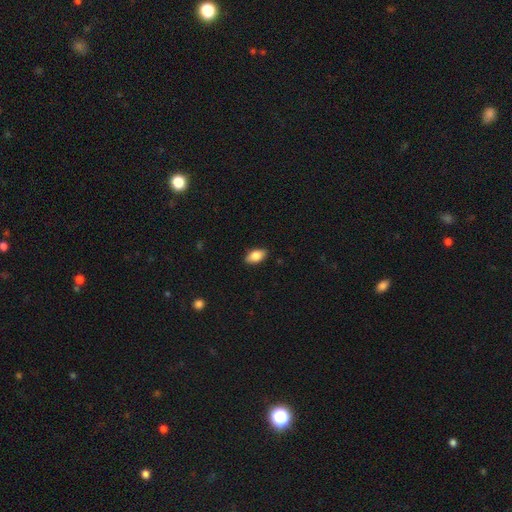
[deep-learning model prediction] This appears to be a smooth galaxy with no disk features (83%) that is in between round and cigar-shaped (91%). Merging: none (88%).